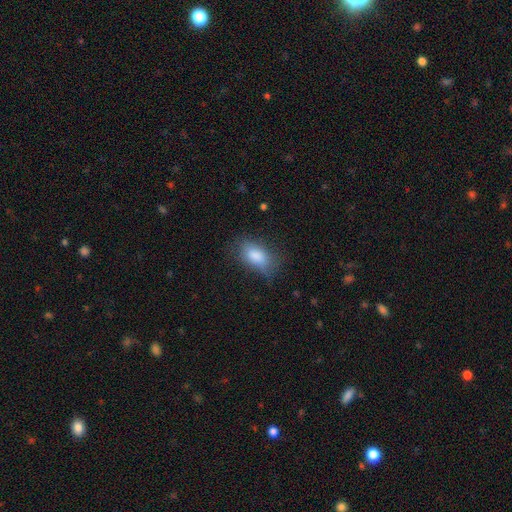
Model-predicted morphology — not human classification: smooth-or-featured: smooth: 83% | featured or disk: 9% | star or artifact: 8%
  how-rounded: in between: 89% | round: 7% | cigar-shaped: 4%
  merging: none: 67% | minor disturbance: 23% | major disturbance: 8% | merger: 1%